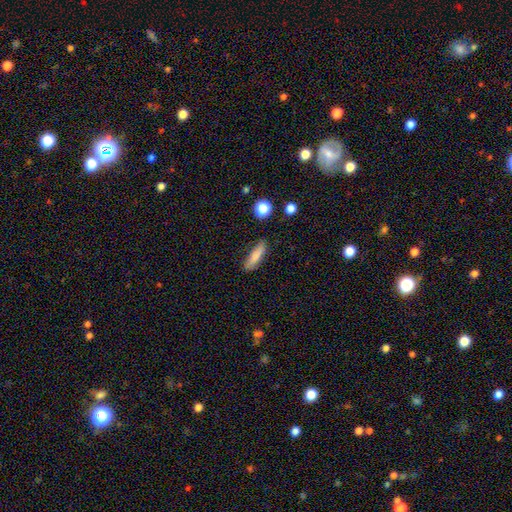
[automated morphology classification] smooth-or-featured: smooth: 80% | featured or disk: 12% | star or artifact: 8%
  how-rounded: cigar-shaped: 57% | in between: 41% | round: 3%
  merging: none: 81% | minor disturbance: 14% | major disturbance: 3% | merger: 2%